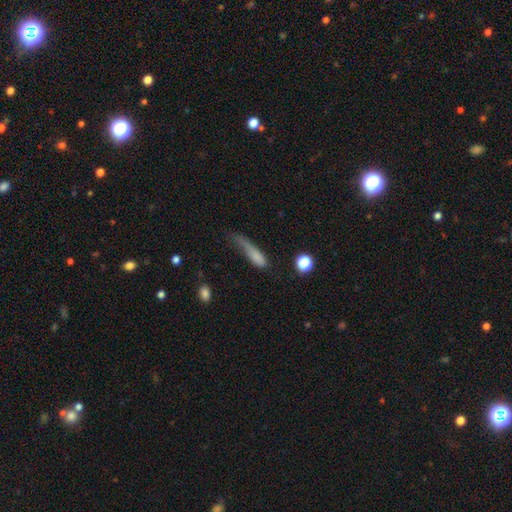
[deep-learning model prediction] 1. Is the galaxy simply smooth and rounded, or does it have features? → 71% smooth, 19% featured or disk, 10% star or artifact.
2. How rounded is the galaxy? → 57% cigar-shaped, 37% in between, 5% round.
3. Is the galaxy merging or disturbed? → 40% major disturbance, 29% minor disturbance, 26% none, 6% merger.